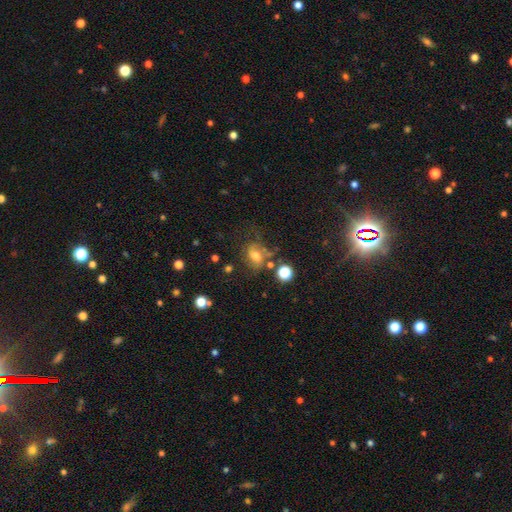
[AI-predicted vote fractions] Morphology: type=smooth (59%); roundness=in between (58%); merging=none (45%).